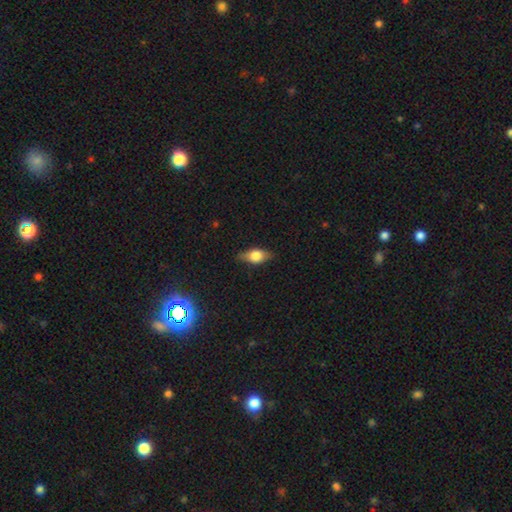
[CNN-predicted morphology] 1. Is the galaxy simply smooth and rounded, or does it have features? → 60% smooth, 32% featured or disk, 9% star or artifact.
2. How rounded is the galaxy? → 78% in between, 12% cigar-shaped, 10% round.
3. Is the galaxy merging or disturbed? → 82% none, 14% minor disturbance, 3% major disturbance, 1% merger.